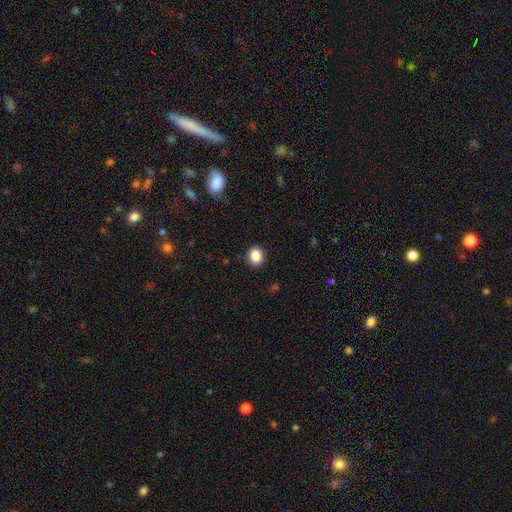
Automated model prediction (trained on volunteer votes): Smooth or featured: smooth — 87% (star or artifact — 10%)
How rounded: round — 67% (in between — 32%)
Merging: none — 89% (minor disturbance — 8%)